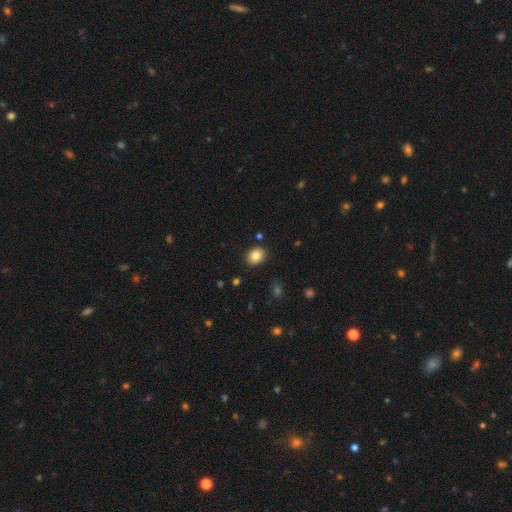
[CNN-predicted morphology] Smooth or featured?
  - smooth: 83% *
  - star or artifact: 9%
  - featured or disk: 7%
How rounded?
  - round: 50% *
  - in between: 49%
  - cigar-shaped: 1%
Merging?
  - none: 88% *
  - minor disturbance: 8%
  - major disturbance: 2%
  - merger: 2%